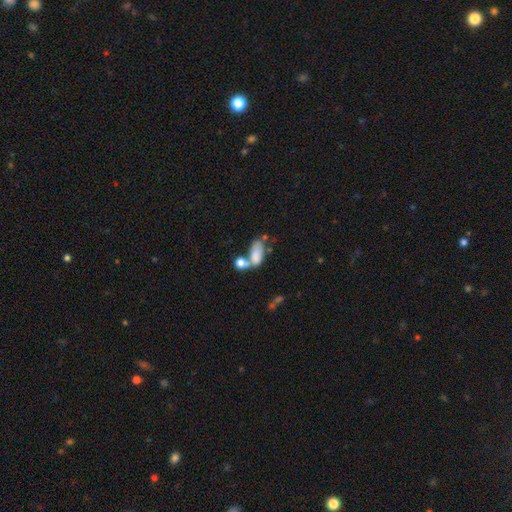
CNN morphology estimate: Overall: smooth (72%). How rounded: in between (89%). Merging: merger (55%; none 21%).